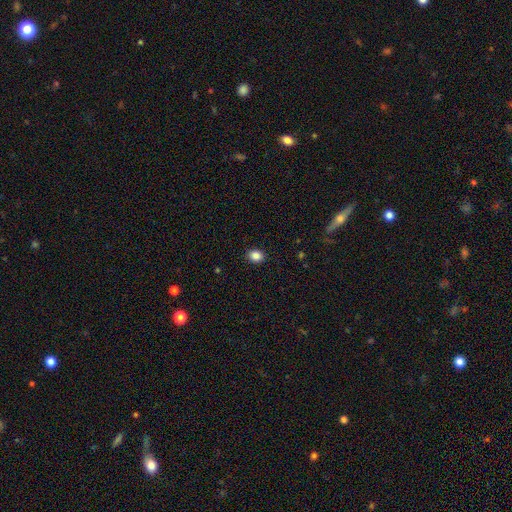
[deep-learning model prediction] Overall: smooth (86%). How rounded: round (55%; in between 44%). Merging: none (90%).